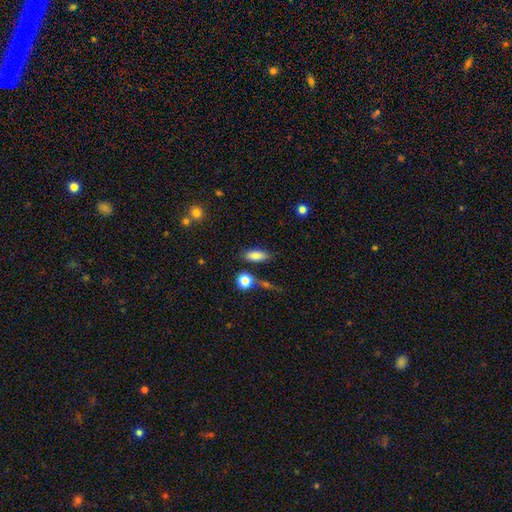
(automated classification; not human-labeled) Smooth or featured: smooth — 84% (star or artifact — 9%)
How rounded: in between — 81% (cigar-shaped — 13%)
Merging: none — 74% (minor disturbance — 13%)